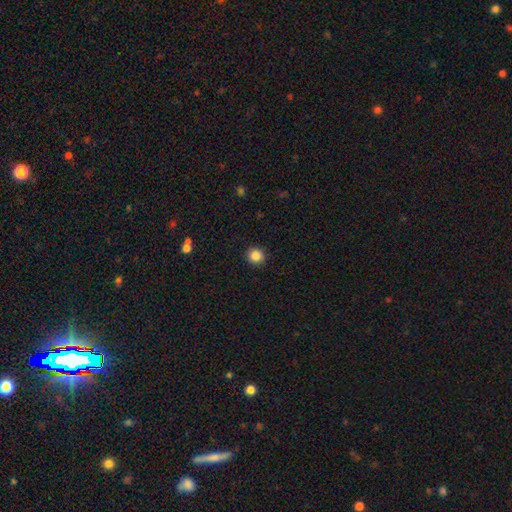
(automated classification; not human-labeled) A smooth galaxy with no disk features (86%) that is round (92%).

Vote fractions:
- Smooth or featured? smooth: 86% / star or artifact: 10% / featured or disk: 3%
- How rounded? round: 92% / in between: 7% / cigar-shaped: 1%
- Merging? none: 93% / minor disturbance: 5% / major disturbance: 2% / merger: 1%